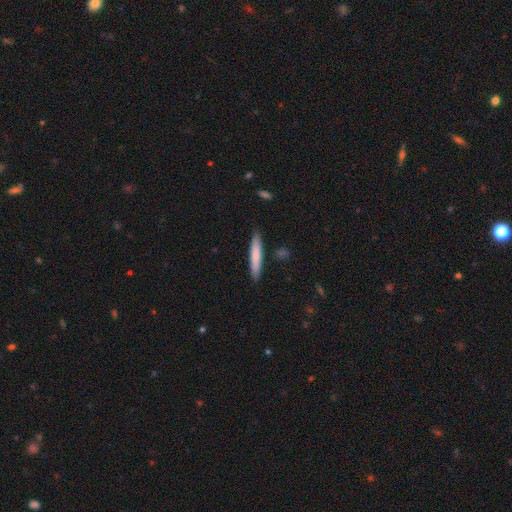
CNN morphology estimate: smooth_or_featured: smooth (p=0.75) [alt: featured or disk p=0.20]
how_rounded: cigar-shaped (p=0.93) [alt: in between p=0.05]
merging: none (p=0.89) [alt: minor disturbance p=0.08]